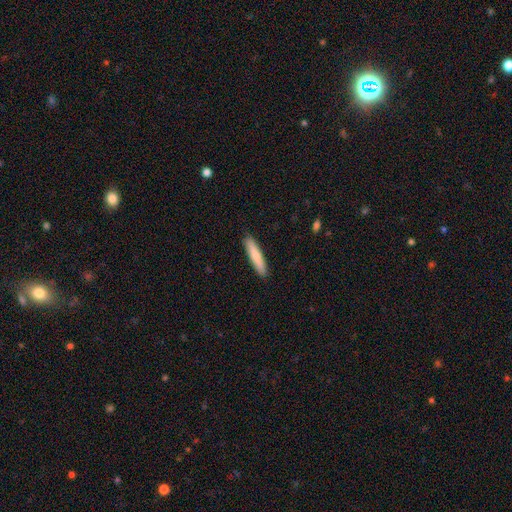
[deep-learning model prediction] A smooth galaxy with no disk features (80%) that is cigar-shaped (89%). Merging: none (91%).